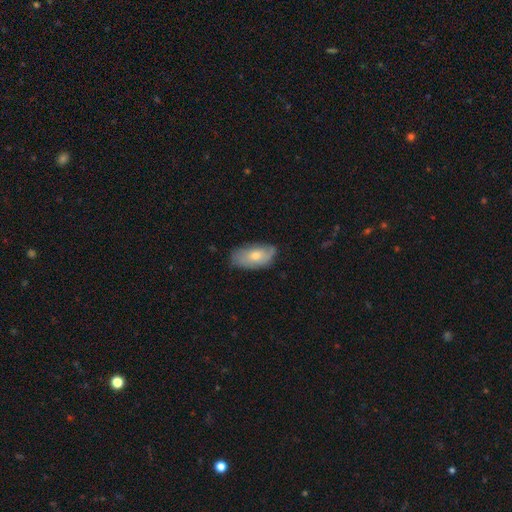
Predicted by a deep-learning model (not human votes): Smooth or featured?
  - smooth: 60% *
  - featured or disk: 33%
  - star or artifact: 7%
How rounded?
  - in between: 92% *
  - round: 4%
  - cigar-shaped: 4%
Merging?
  - none: 67% *
  - minor disturbance: 26%
  - major disturbance: 5%
  - merger: 1%